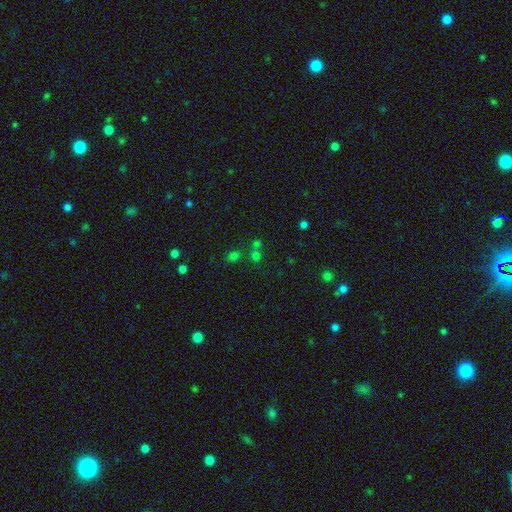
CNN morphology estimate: This is possibly a smooth galaxy (54%). How rounded: likely round (78%). Merging: possibly none (58%).